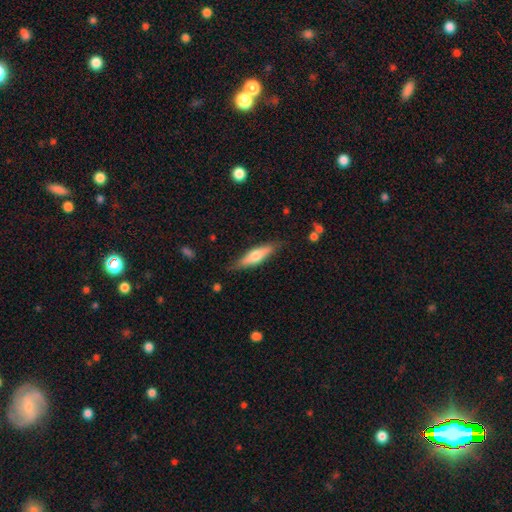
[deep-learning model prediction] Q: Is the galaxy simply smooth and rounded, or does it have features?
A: smooth — 53%.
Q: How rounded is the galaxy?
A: cigar-shaped — 66%.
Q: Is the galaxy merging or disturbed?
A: none — 80%.